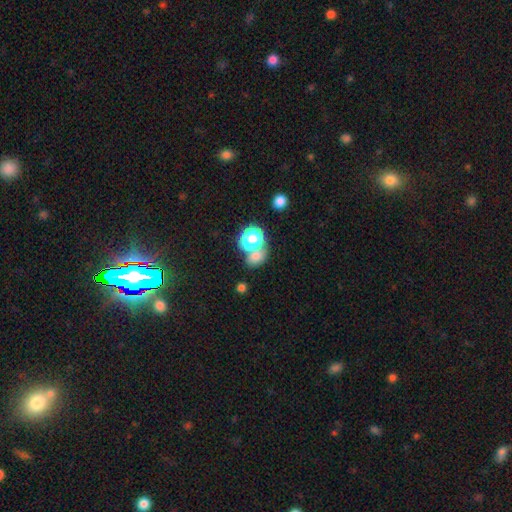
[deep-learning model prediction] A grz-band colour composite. It shows a smooth galaxy with no disk features (70%) that is round (54%). Merging: none (44%).